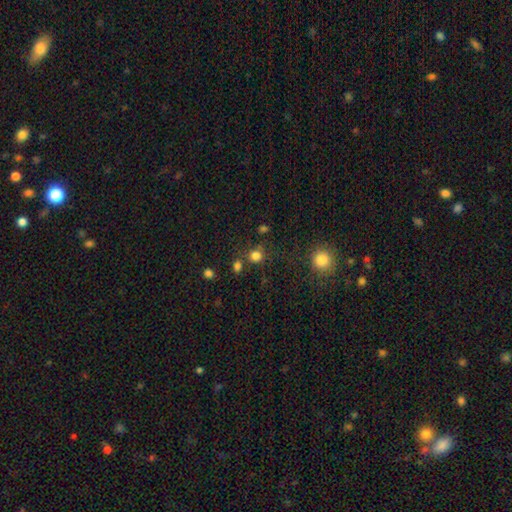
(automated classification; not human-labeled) The model was most divided on "merging": none: 73%, merger: 12%, minor disturbance: 10%, major disturbance: 5%. More confident: how rounded — round (84%); smooth or featured — smooth (80%).